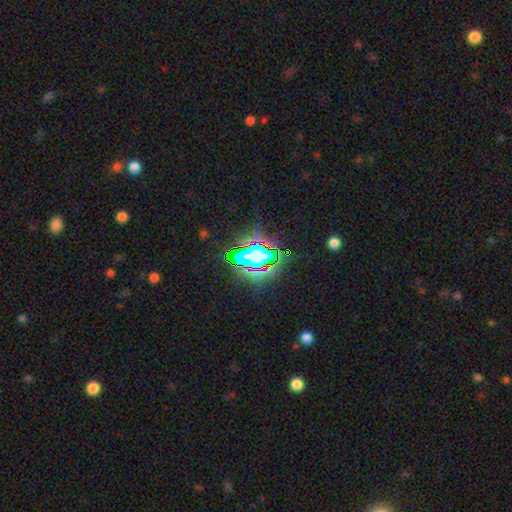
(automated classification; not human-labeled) Morphology: type=star or artifact (66%).